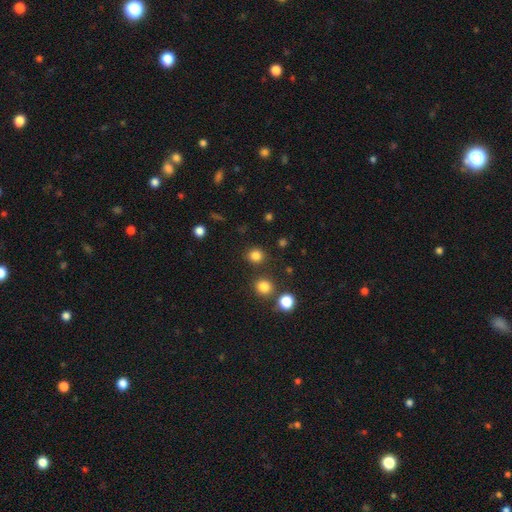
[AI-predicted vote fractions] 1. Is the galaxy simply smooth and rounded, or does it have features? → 82% smooth, 14% star or artifact, 4% featured or disk.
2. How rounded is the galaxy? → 89% round, 10% in between, 1% cigar-shaped.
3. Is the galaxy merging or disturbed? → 86% none, 6% minor disturbance, 4% merger, 3% major disturbance.